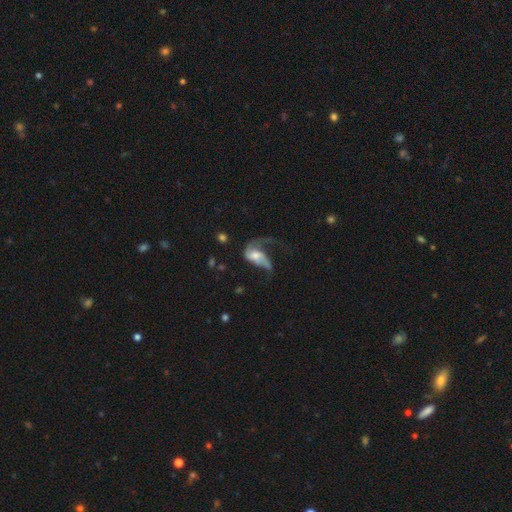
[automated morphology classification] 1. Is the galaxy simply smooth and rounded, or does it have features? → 59% featured or disk, 33% smooth, 8% star or artifact.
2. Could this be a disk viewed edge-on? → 94% no, 6% yes.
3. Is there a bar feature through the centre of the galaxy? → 62% no, 28% weak, 10% strong.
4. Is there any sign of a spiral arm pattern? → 69% yes, 31% no.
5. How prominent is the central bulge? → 47% moderate, 27% small, 14% large, 10% none, 3% dominant.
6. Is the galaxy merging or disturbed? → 62% major disturbance, 17% none, 14% minor disturbance, 7% merger.